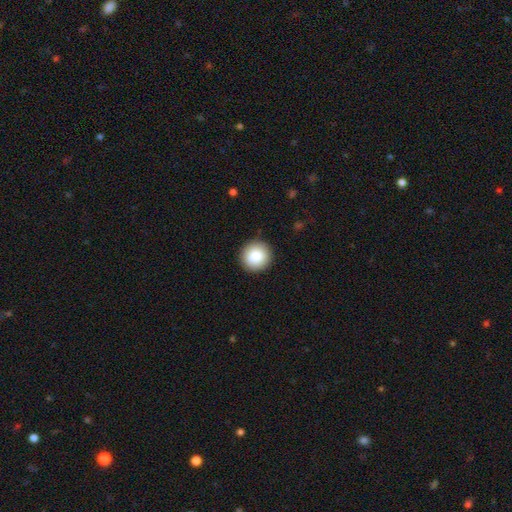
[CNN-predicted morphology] A smooth galaxy with no disk features (87%) that is round (94%). Merging: none (92%).